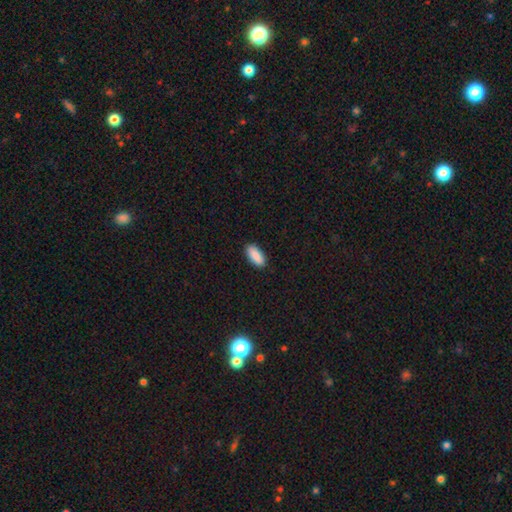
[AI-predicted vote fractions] smooth 90%, star or artifact 6%, featured or disk 4%. Down the decision tree: how rounded — in between (85%); merging — none (90%).